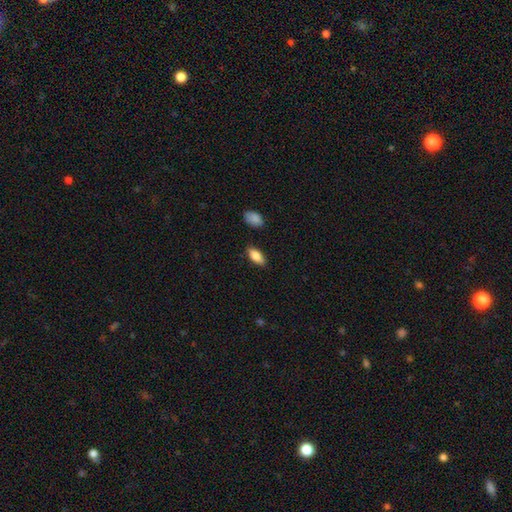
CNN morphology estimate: The model was most divided on "smooth or featured": smooth: 82%, featured or disk: 12%, star or artifact: 7%. More confident: merging — none (86%); how rounded — in between (86%).